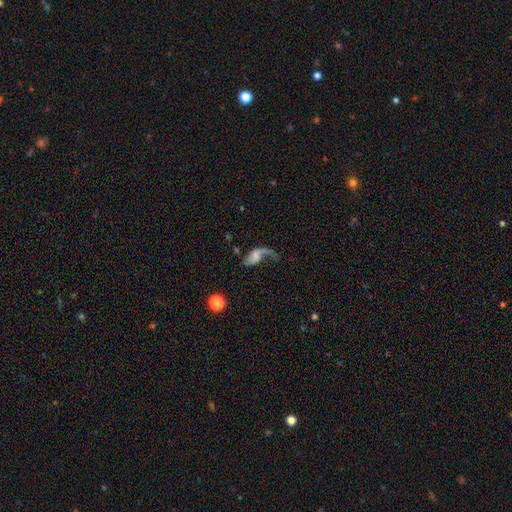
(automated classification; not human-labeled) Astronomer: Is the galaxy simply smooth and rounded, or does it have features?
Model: featured or disk — 65%.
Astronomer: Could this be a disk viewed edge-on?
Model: no — 95%.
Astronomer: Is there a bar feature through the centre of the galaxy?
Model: no — 62%.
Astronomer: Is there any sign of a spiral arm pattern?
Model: yes — 82%.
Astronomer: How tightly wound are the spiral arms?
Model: loose — 86%.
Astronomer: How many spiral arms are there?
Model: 1 — 51% (runner-up: 2, 45%).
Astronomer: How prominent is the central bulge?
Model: none — 39% (runner-up: small, 33%).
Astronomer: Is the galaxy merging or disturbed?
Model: major disturbance — 46% (runner-up: none, 28%).